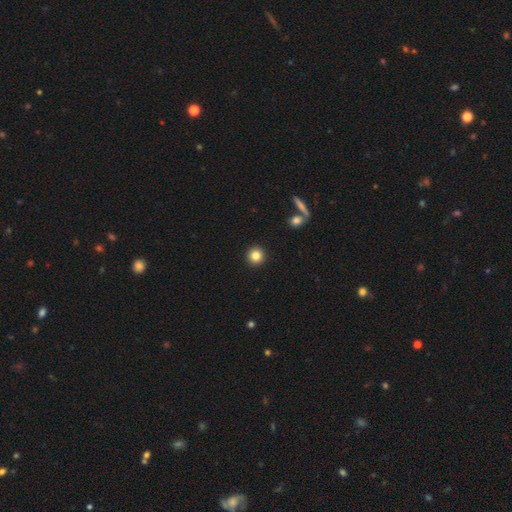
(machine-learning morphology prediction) Smooth or featured? Predicted: smooth (p=0.84). How rounded? Predicted: round (p=0.95). Merging? Predicted: none (p=0.93).